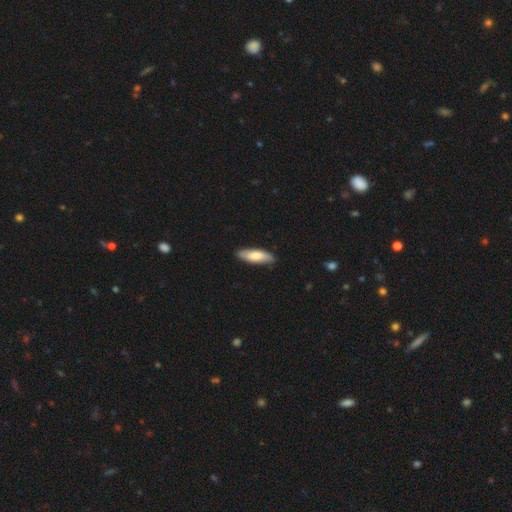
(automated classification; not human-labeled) A smooth galaxy with no disk features (76%) that is in between round and cigar-shaped (51%). Merging: none (84%).